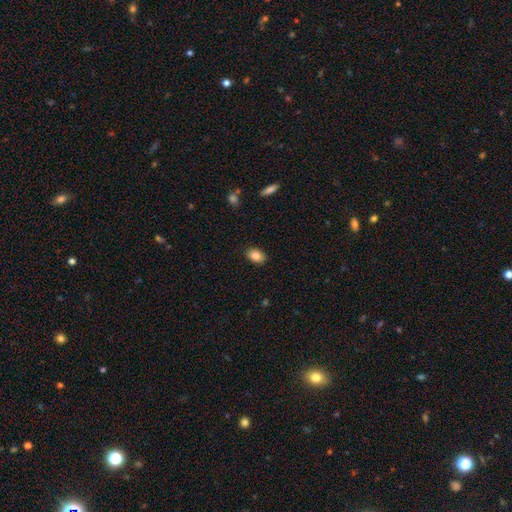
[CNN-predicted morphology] A smooth galaxy with no disk features (84%) that is in between round and cigar-shaped (83%).

Vote fractions:
- Smooth or featured? smooth: 84% / star or artifact: 8% / featured or disk: 8%
- How rounded? in between: 83% / round: 16% / cigar-shaped: 1%
- Merging? none: 89% / minor disturbance: 8% / major disturbance: 2% / merger: 1%